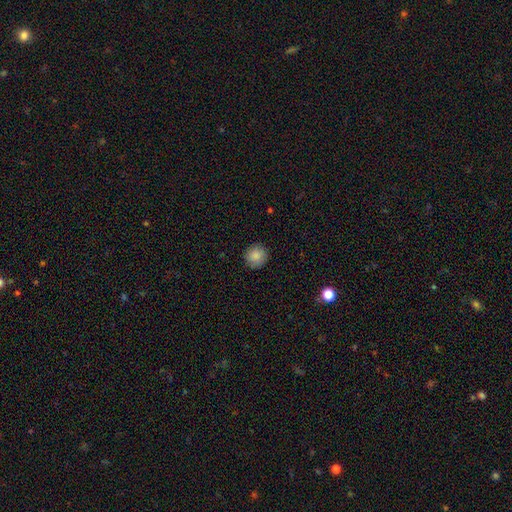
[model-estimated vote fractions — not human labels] The model was most divided on "smooth or featured": smooth: 87%, star or artifact: 9%, featured or disk: 5%. More confident: how rounded — round (93%); merging — none (89%).